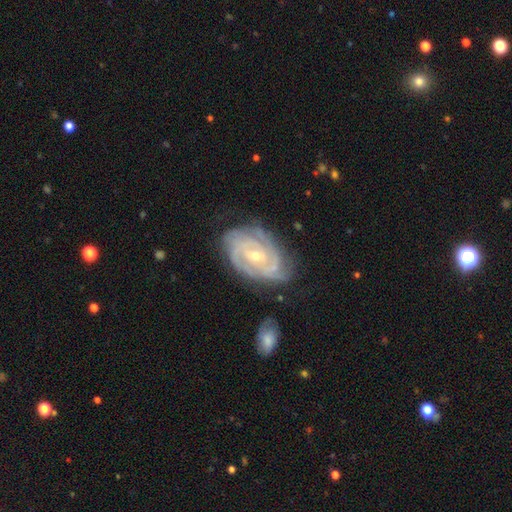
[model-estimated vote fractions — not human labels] Smooth or featured?
  - featured or disk: 90% *
  - smooth: 5%
  - star or artifact: 5%
Edge-on disk?
  - no: 97% *
  - yes: 3%
Bar?
  - no: 46% *
  - weak: 40%
  - strong: 15%
Spiral arms?
  - yes: 98% *
  - no: 2%
Spiral winding?
  - tight: 76% *
  - medium: 21%
  - loose: 3%
Spiral arm count?
  - 3: 30% *
  - 2: 24%
  - can't tell: 19%
  - 4: 16%
  - more than 4: 5%
  - 1: 5%
Bulge size?
  - small: 60% *
  - moderate: 37%
  - large: 1%
  - none: 1%
  - dominant: 1%
Merging?
  - none: 71% *
  - minor disturbance: 20%
  - major disturbance: 6%
  - merger: 3%